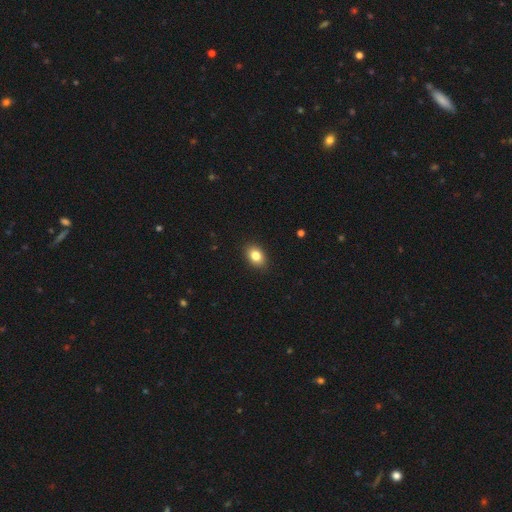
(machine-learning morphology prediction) smooth-or-featured: smooth: 83% | star or artifact: 9% | featured or disk: 8%
  how-rounded: in between: 78% | round: 21% | cigar-shaped: 1%
  merging: none: 89% | minor disturbance: 8% | major disturbance: 2% | merger: 1%